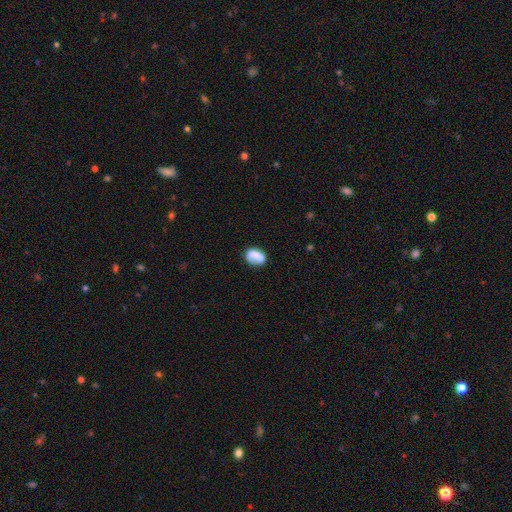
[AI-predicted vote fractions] smooth-or-featured: smooth: 75% | featured or disk: 17% | star or artifact: 8%
  how-rounded: in between: 69% | round: 29% | cigar-shaped: 2%
  merging: none: 62% | minor disturbance: 23% | major disturbance: 10% | merger: 5%